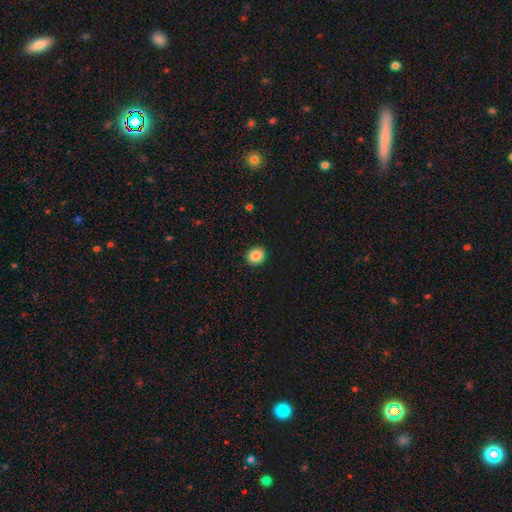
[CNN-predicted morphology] Smooth or featured? Predicted: smooth (p=0.86). How rounded? Predicted: round (p=0.73). Merging? Predicted: none (p=0.88).